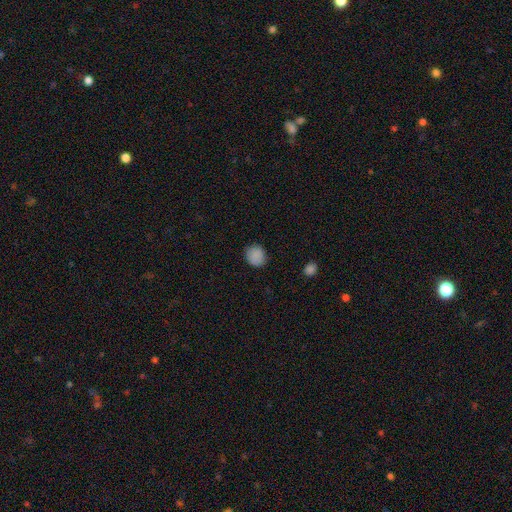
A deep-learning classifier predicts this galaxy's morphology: Smooth or featured: smooth — 88% (star or artifact — 9%)
How rounded: round — 78% (in between — 22%)
Merging: none — 87% (minor disturbance — 9%)